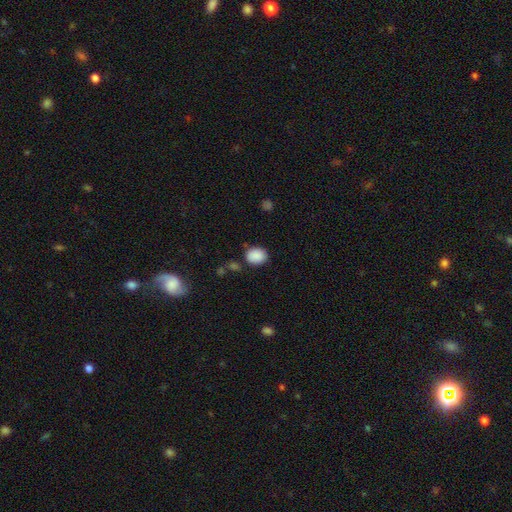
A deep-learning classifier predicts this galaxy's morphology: This appears to be a smooth galaxy with no disk features (88%) that is in between round and cigar-shaped (53%). Merging: none (77%).